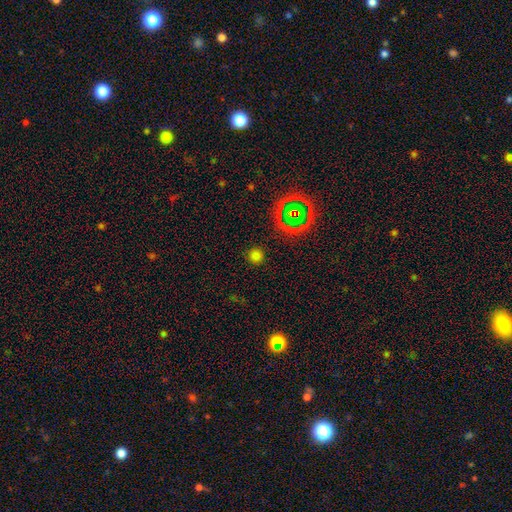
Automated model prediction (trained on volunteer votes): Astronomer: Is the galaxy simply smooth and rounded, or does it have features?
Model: smooth — 73%.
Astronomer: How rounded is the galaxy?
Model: round — 95%.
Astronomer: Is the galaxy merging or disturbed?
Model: none — 90%.